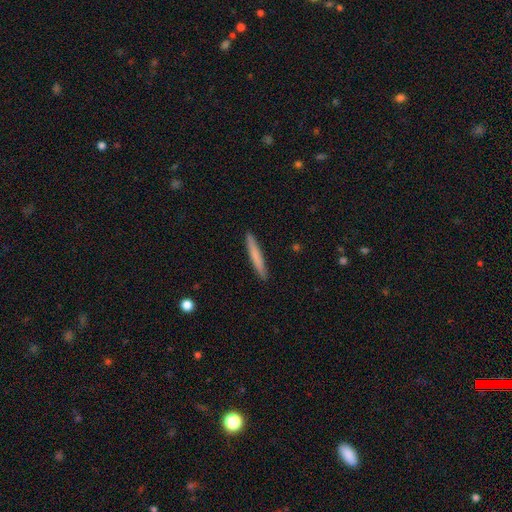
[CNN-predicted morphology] type=smooth (73%); roundness=cigar-shaped (96%); merging=none (92%).